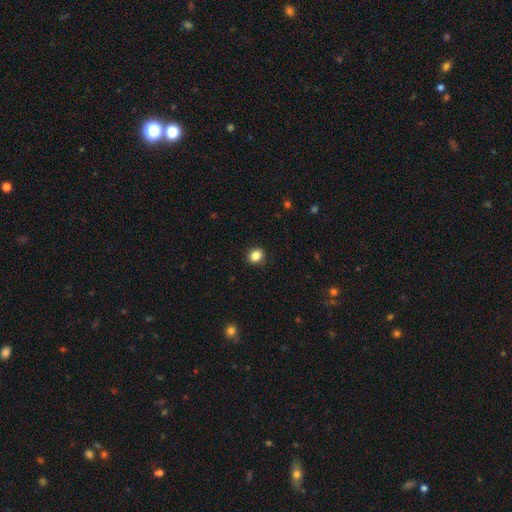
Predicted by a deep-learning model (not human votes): A smooth galaxy with no disk features (86%) that is round (66%).

Vote fractions:
- Smooth or featured? smooth: 86% / star or artifact: 10% / featured or disk: 4%
- How rounded? round: 66% / in between: 33% / cigar-shaped: 1%
- Merging? none: 90% / minor disturbance: 7% / major disturbance: 2% / merger: 1%